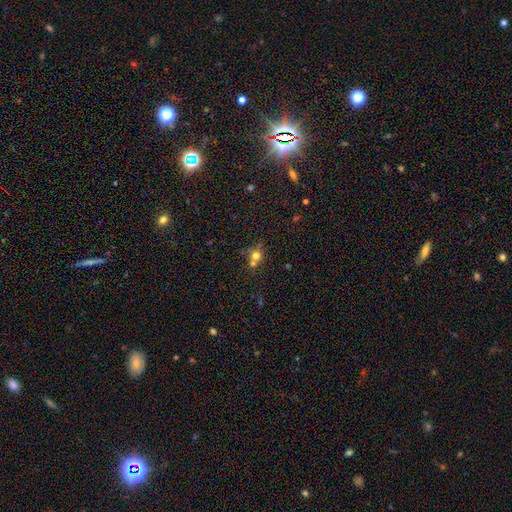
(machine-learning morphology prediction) Smooth or featured?
  - smooth: 67% *
  - star or artifact: 19%
  - featured or disk: 14%
How rounded?
  - round: 85% *
  - in between: 14%
  - cigar-shaped: 1%
Merging?
  - none: 49% *
  - merger: 38%
  - minor disturbance: 9%
  - major disturbance: 4%